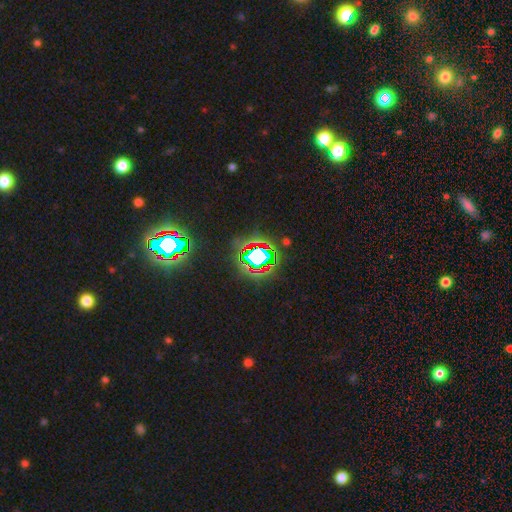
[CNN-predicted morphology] The model was most divided on "smooth or featured": star or artifact: 66%, smooth: 19%, featured or disk: 15%.